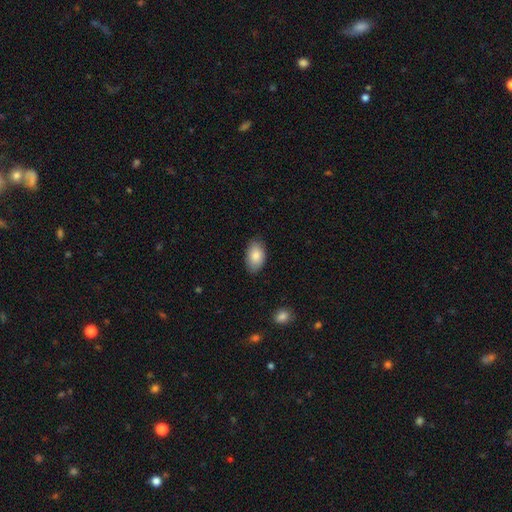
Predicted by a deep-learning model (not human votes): A smooth galaxy with no disk features (86%) that is in between round and cigar-shaped (93%).

Vote fractions:
- Smooth or featured? smooth: 86% / featured or disk: 8% / star or artifact: 6%
- How rounded? in between: 93% / round: 6% / cigar-shaped: 1%
- Merging? none: 83% / minor disturbance: 14% / major disturbance: 2% / merger: 1%